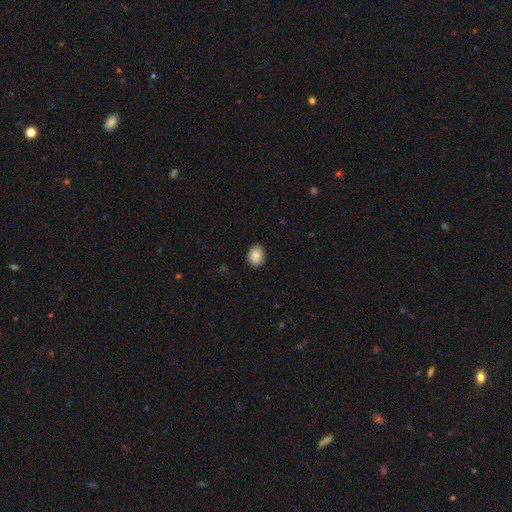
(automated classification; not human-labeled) smooth 89%, star or artifact 8%, featured or disk 3%. Down the decision tree: how rounded — round (50%); merging — none (89%).